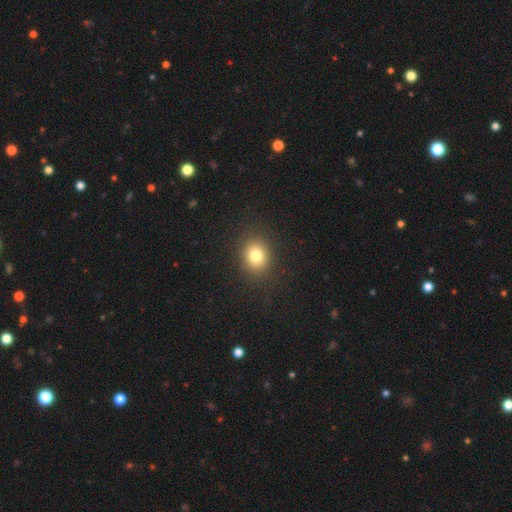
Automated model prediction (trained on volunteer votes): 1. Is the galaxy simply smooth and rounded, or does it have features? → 80% smooth, 13% star or artifact, 7% featured or disk.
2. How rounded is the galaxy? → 65% round, 34% in between, 1% cigar-shaped.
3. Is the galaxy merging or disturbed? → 88% none, 7% minor disturbance, 3% major disturbance, 1% merger.